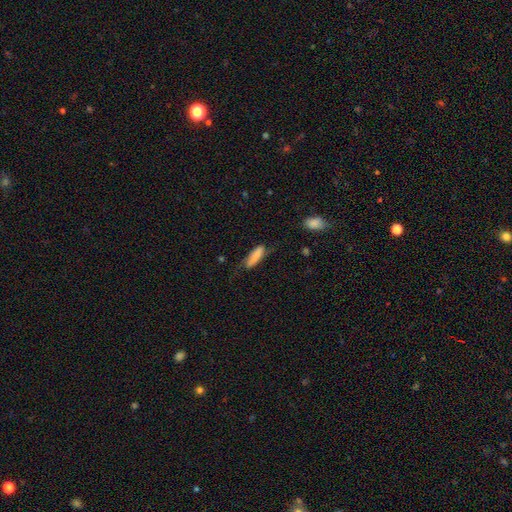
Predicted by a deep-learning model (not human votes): A smooth galaxy with no disk features (81%) that is cigar-shaped (69%). Merging: none (56%).